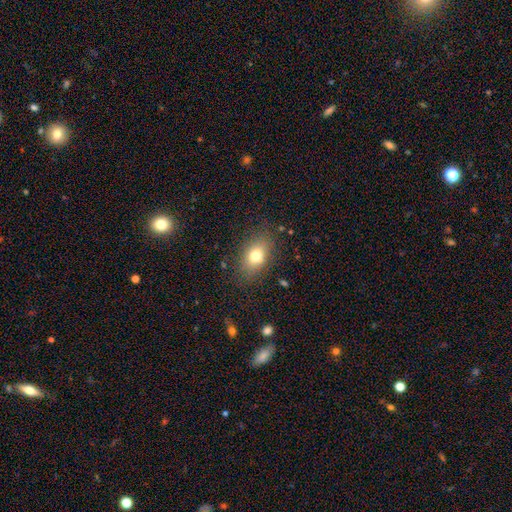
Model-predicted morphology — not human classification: smooth 74%, featured or disk 15%, star or artifact 11%. Down the decision tree: how rounded — in between (78%); merging — none (81%).